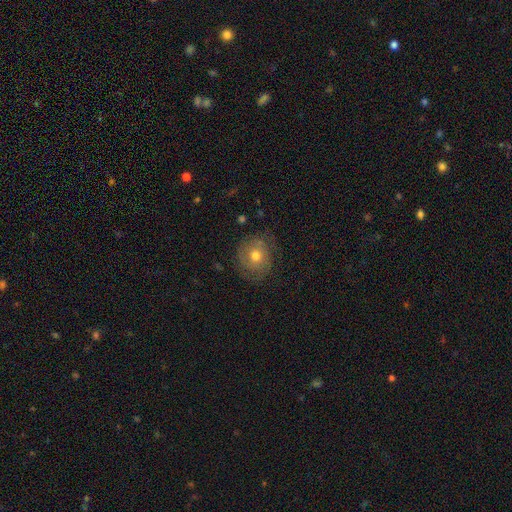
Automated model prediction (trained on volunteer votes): Morphology: type=smooth (56%); roundness=round (78%); merging=none (71%).